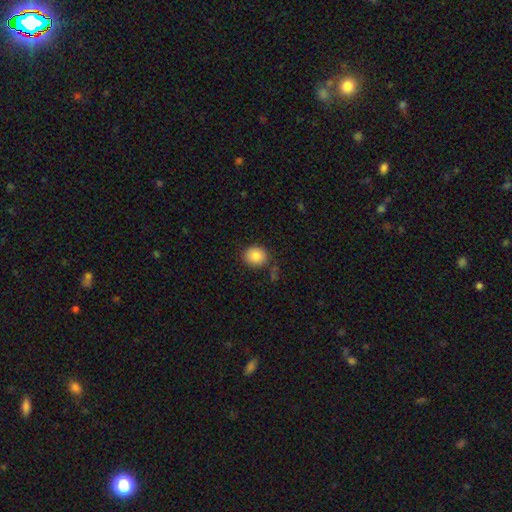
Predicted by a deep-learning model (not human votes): Smooth or featured? Predicted: smooth (p=0.86). How rounded? Predicted: round (p=0.71). Merging? Predicted: none (p=0.80).